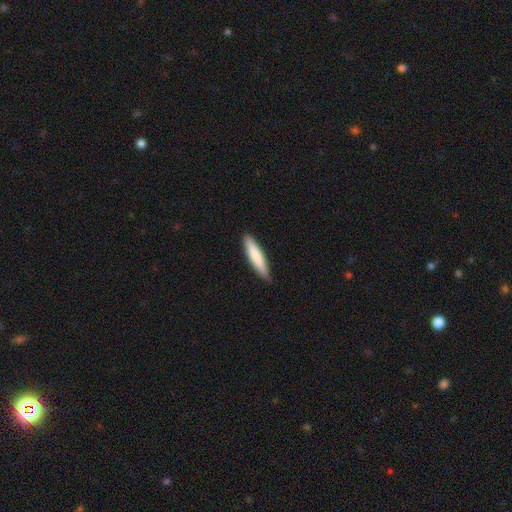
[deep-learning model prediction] This appears to be a smooth galaxy with no disk features (78%) that is cigar-shaped (86%). Merging: none (87%).